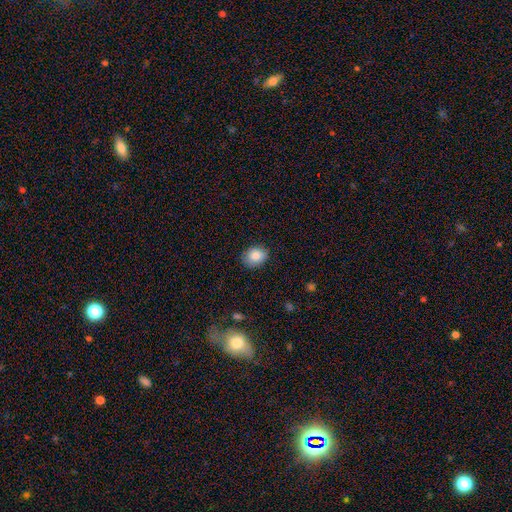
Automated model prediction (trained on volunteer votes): smooth_or_featured: smooth (p=0.86) [alt: star or artifact p=0.08]
how_rounded: in between (p=0.57) [alt: round p=0.42]
merging: none (p=0.84) [alt: minor disturbance p=0.12]